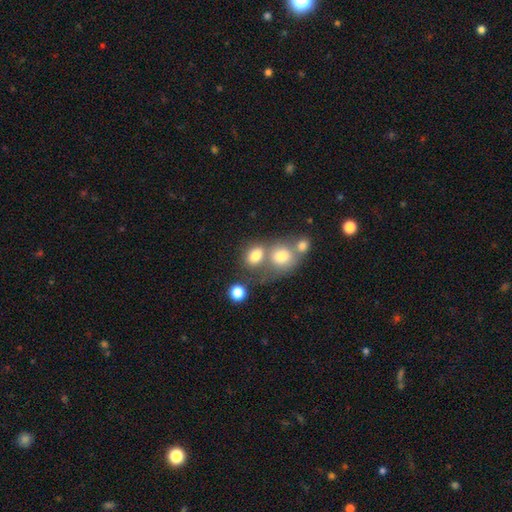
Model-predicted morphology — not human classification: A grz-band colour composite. It shows a smooth galaxy with no disk features (78%) that is in between round and cigar-shaped (53%). Merging: merger (45%).